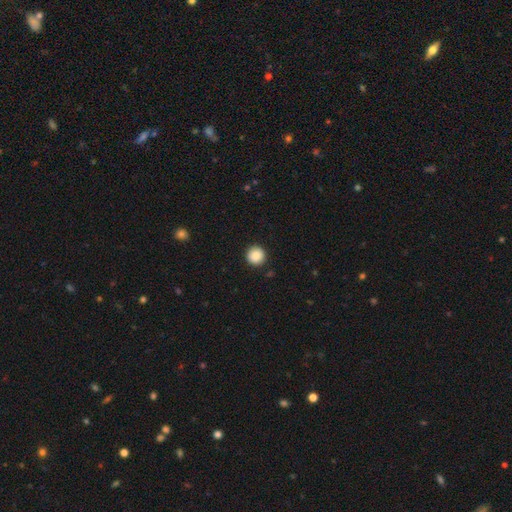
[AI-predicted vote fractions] Smooth or featured: smooth — 88% (star or artifact — 9%)
How rounded: round — 96% (in between — 3%)
Merging: none — 92% (minor disturbance — 5%)